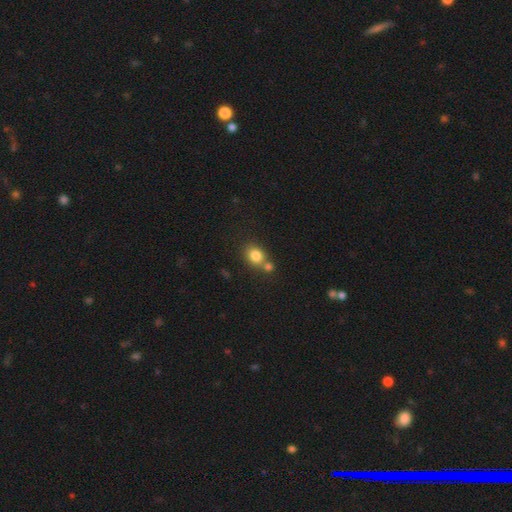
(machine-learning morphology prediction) Smooth or featured? smooth (81%)
How rounded? round (61%)
Merging? none (52%)